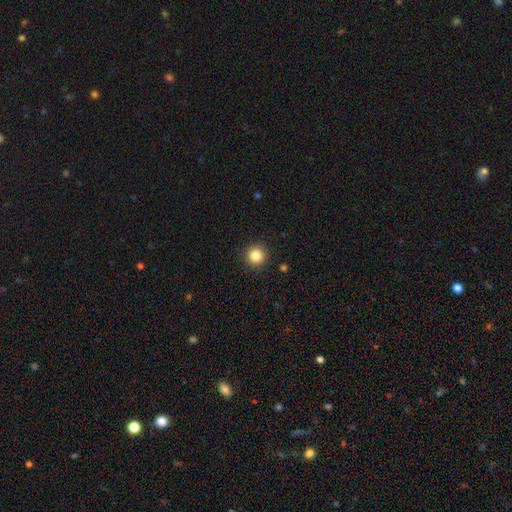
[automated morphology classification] Overall: smooth (85%). How rounded: round (96%). Merging: none (92%).